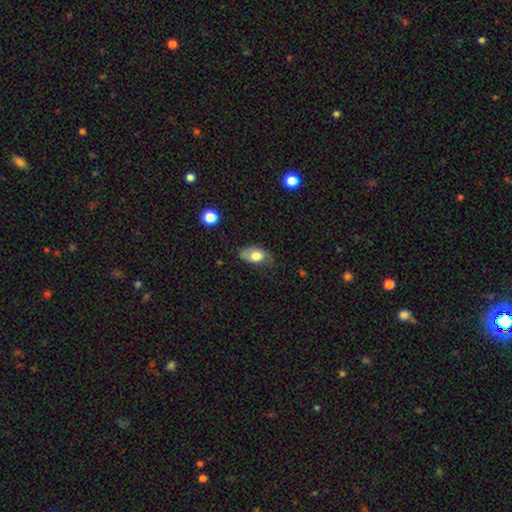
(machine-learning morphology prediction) Smooth or featured? smooth (73%)
How rounded? in between (87%)
Merging? none (49%)